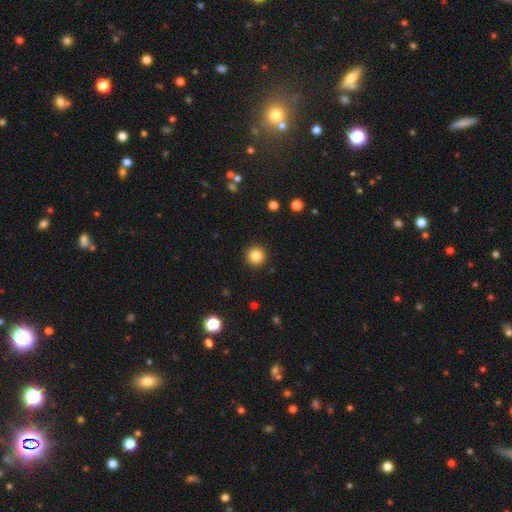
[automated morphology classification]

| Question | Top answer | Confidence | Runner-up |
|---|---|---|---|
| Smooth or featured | smooth | 85% | star or artifact (10%) |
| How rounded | round | 95% | in between (4%) |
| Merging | none | 92% | minor disturbance (5%) |